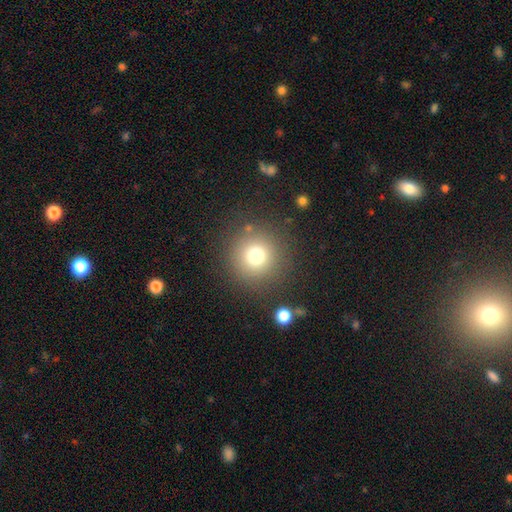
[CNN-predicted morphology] This is likely a smooth galaxy (75%). How rounded: clearly round (96%). Merging: clearly none (86%).